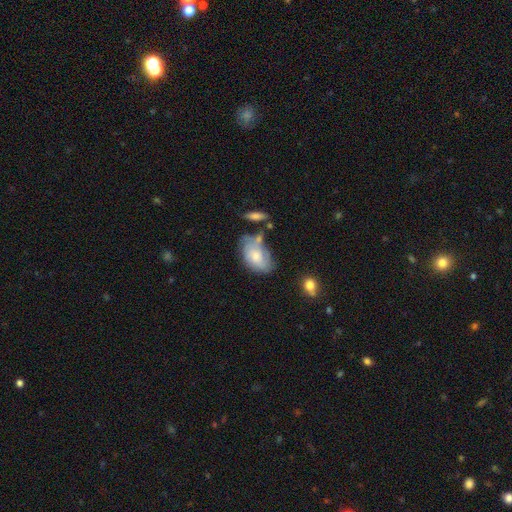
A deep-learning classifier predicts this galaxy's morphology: Smooth or featured: featured or disk — 50% (smooth — 43%)
Merging: none — 49% (minor disturbance — 26%)